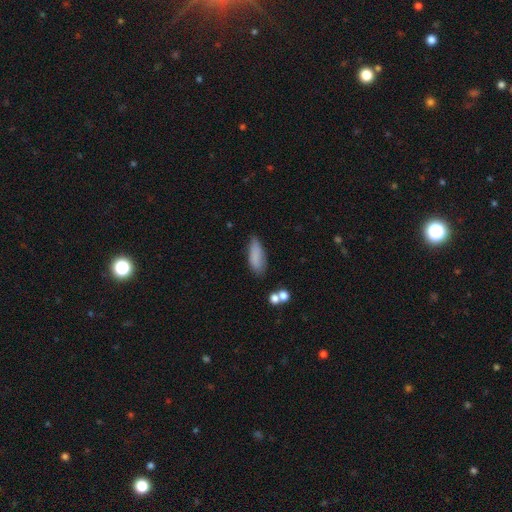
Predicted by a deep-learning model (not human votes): Morphology: type=smooth (81%); roundness=in between (64%); merging=none (66%).